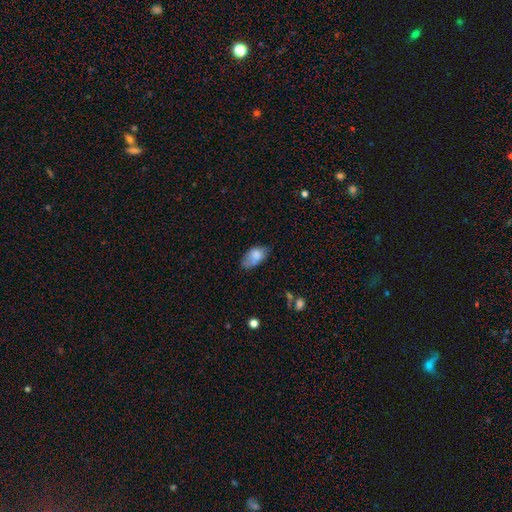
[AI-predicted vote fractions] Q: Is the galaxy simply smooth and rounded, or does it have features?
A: smooth — 75%.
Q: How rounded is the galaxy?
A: in between — 91%.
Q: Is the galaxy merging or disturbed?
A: none — 46%.